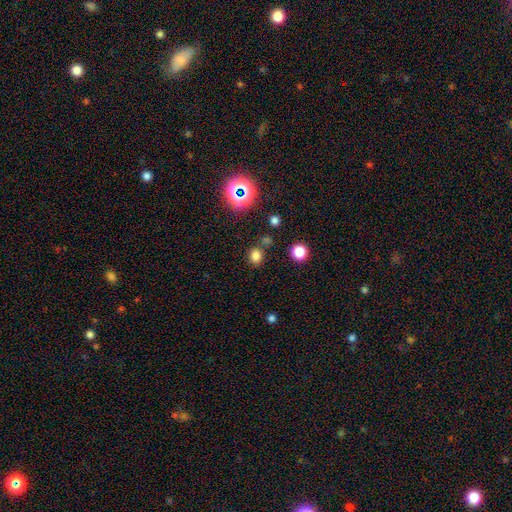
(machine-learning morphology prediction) smooth 76%, star or artifact 19%, featured or disk 5%. Down the decision tree: how rounded — round (61%); merging — none (78%).